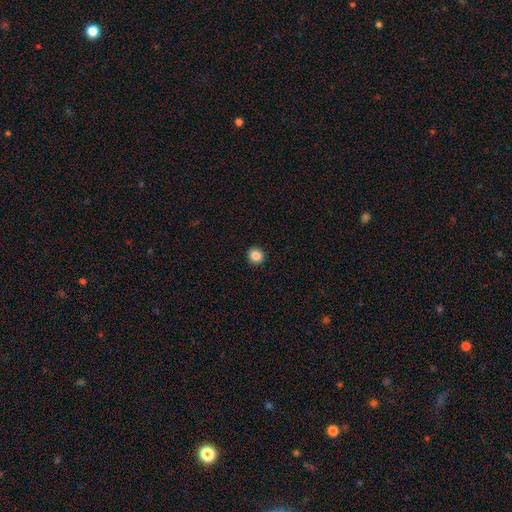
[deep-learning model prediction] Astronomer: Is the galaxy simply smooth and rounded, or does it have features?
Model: smooth — 86%.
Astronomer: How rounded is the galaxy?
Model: round — 90%.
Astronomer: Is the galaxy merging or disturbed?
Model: none — 93%.